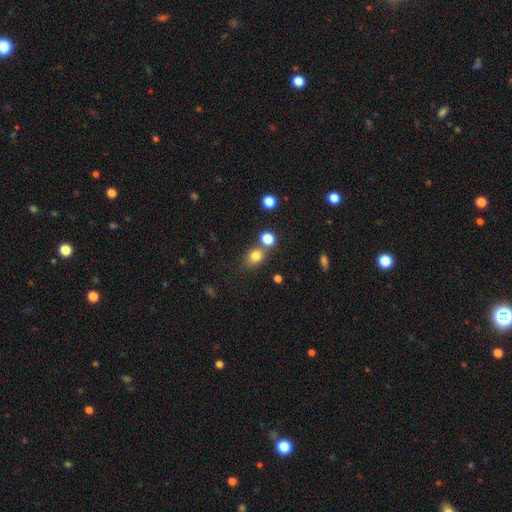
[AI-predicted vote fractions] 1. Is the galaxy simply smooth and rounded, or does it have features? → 79% smooth, 13% star or artifact, 8% featured or disk.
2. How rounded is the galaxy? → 57% round, 41% in between, 1% cigar-shaped.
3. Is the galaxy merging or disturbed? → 58% none, 25% merger, 12% minor disturbance, 5% major disturbance.